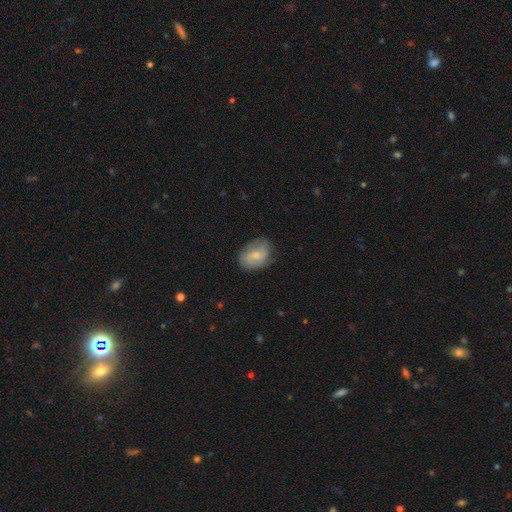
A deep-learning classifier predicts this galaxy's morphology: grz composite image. It shows a featured or disk galaxy (49%). Merging: none (70%).